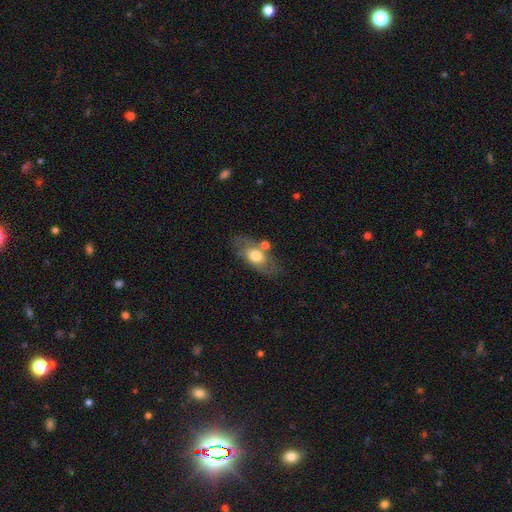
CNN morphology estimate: smooth 63%, featured or disk 30%, star or artifact 7%. Down the decision tree: how rounded — in between (82%); merging — none (62%).